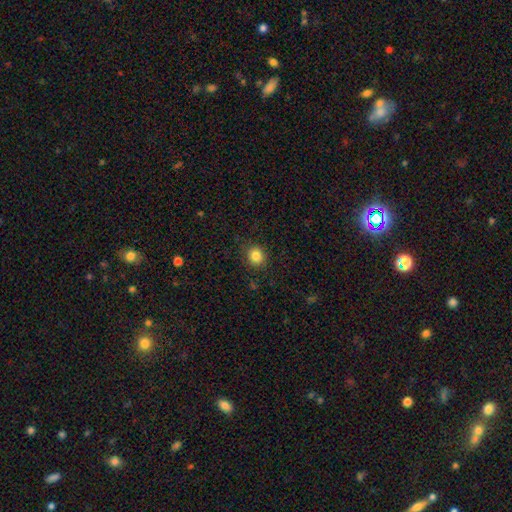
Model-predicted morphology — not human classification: Smooth or featured? smooth (84%)
How rounded? round (83%)
Merging? none (88%)